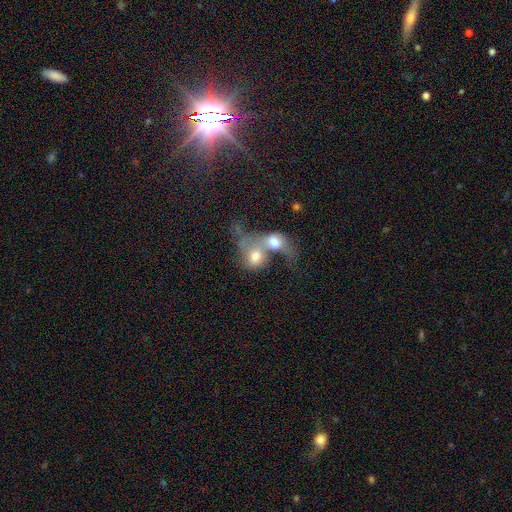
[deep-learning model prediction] The model was most divided on "how rounded": round: 62%, in between: 36%, cigar-shaped: 2%. More confident: merging — merger (81%); smooth or featured — smooth (59%).